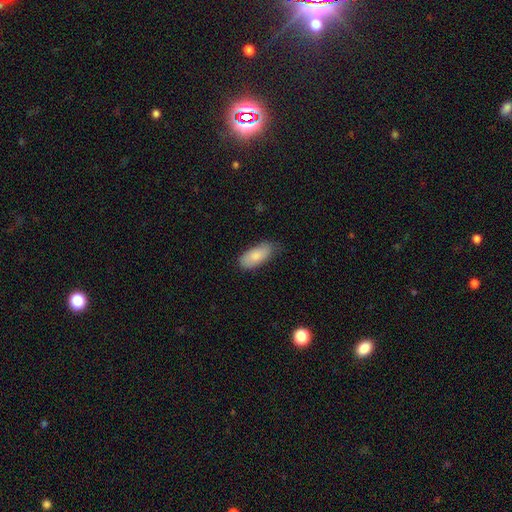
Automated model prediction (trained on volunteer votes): Smooth or featured: smooth — 83% (featured or disk — 11%)
How rounded: in between — 89% (cigar-shaped — 9%)
Merging: none — 70% (minor disturbance — 25%)